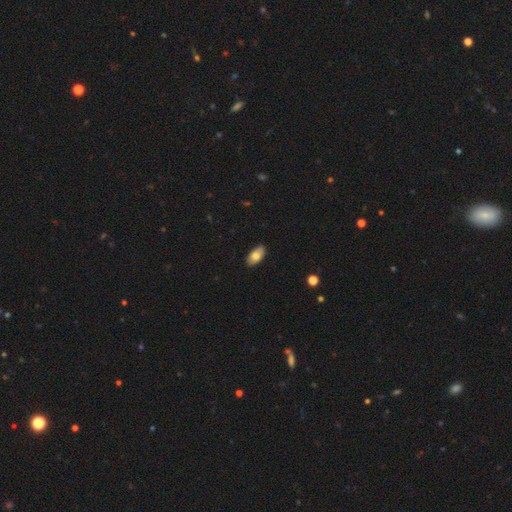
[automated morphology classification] smooth-or-featured: smooth: 77% | featured or disk: 16% | star or artifact: 7%
  how-rounded: in between: 94% | cigar-shaped: 4% | round: 3%
  merging: none: 88% | minor disturbance: 9% | major disturbance: 2% | merger: 1%